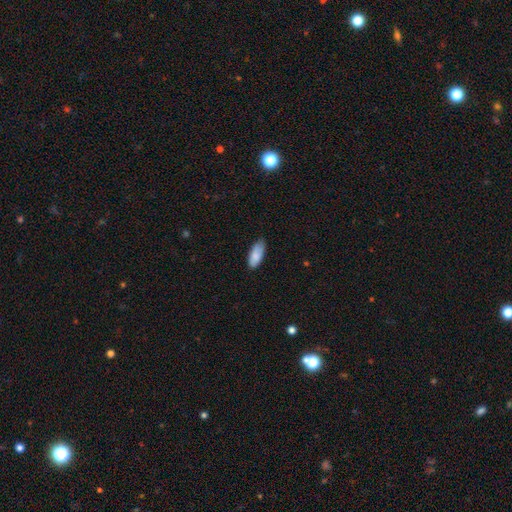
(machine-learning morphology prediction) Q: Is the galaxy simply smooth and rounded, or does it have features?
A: smooth — 85%.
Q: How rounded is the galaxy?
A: in between — 81%.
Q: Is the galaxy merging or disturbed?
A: none — 77%.